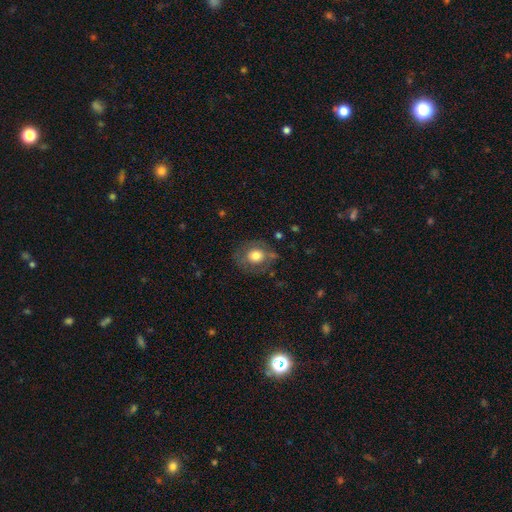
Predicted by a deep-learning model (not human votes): This appears to be a smooth galaxy with no disk features (66%) that is round (74%). Merging: none (70%).